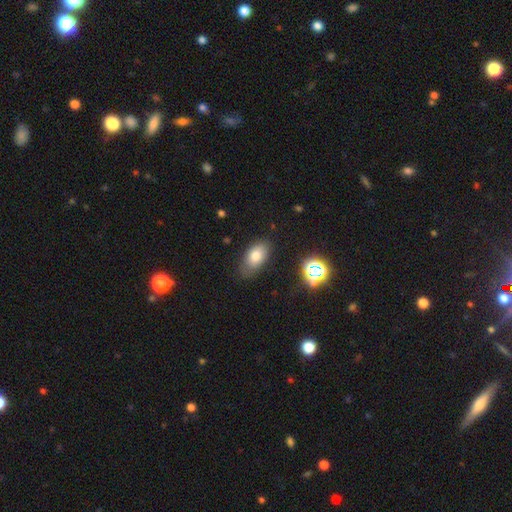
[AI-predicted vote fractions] A smooth galaxy with no disk features (76%) that is in between round and cigar-shaped (90%). Merging: none (74%).